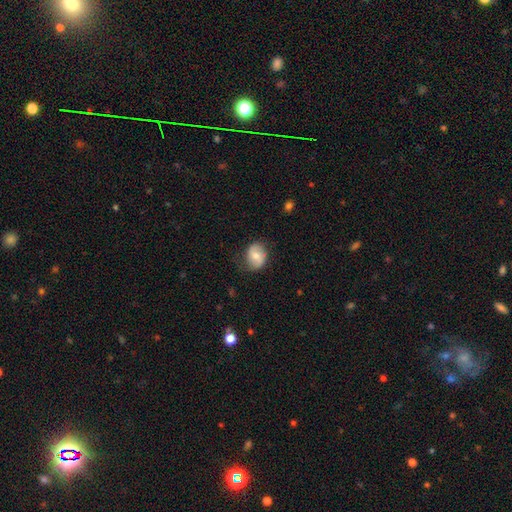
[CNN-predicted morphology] Q: Smooth or featured?
A: smooth (64%); runner-up: featured or disk (29%)
Q: How rounded?
A: in between (55%); runner-up: round (43%)
Q: Merging?
A: none (67%); runner-up: minor disturbance (24%)